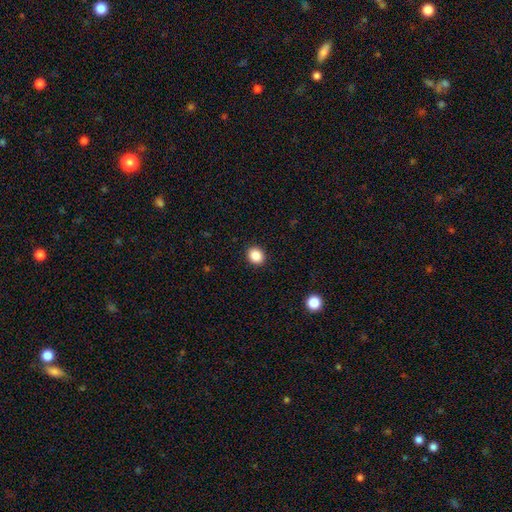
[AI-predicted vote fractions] smooth 87%, star or artifact 10%, featured or disk 3%. Down the decision tree: how rounded — round (68%); merging — none (92%).